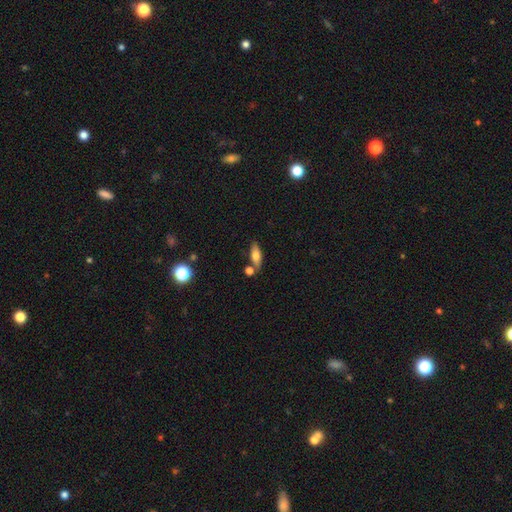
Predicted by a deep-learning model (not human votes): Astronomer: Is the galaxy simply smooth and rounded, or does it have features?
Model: smooth — 66%.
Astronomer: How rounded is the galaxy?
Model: in between — 67%.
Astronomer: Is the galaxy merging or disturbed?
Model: none — 70%.